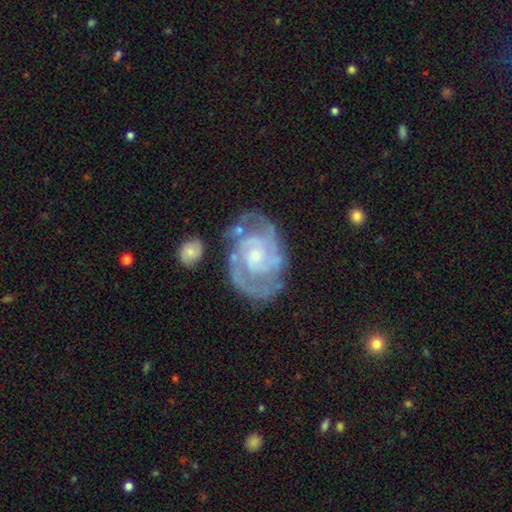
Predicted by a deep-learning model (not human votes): The model was most divided on "spiral winding": tight: 58%, medium: 36%, loose: 6%. More confident: edge-on disk — no (97%); spiral arms — yes (97%); smooth or featured — featured or disk (89%); bulge size — small (66%); merging — none (65%); bar — no (64%); spiral arm count — 2 (54%).